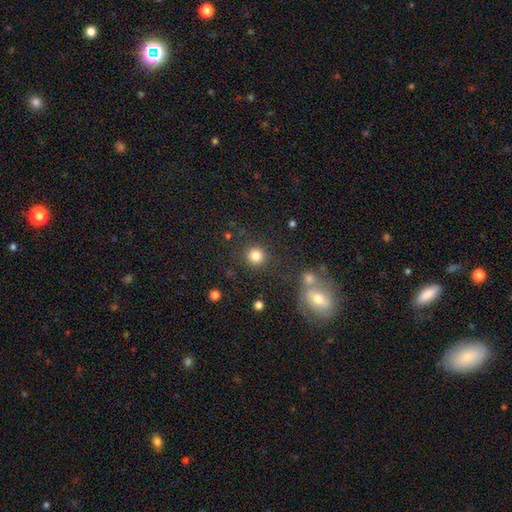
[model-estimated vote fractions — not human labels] Smooth or featured? smooth (83%)
How rounded? round (92%)
Merging? none (85%)